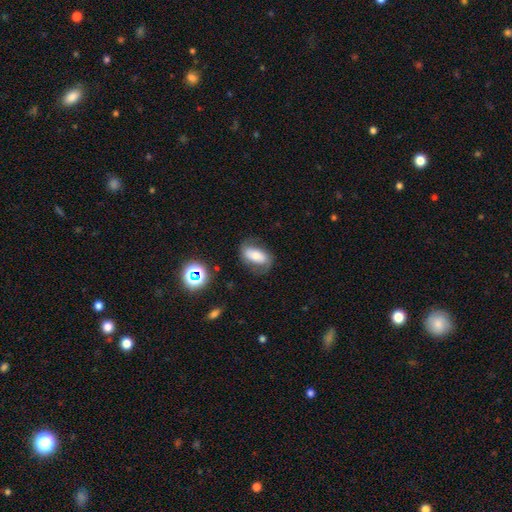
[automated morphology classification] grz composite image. It shows a smooth galaxy with no disk features (47%). Merging: none (66%).